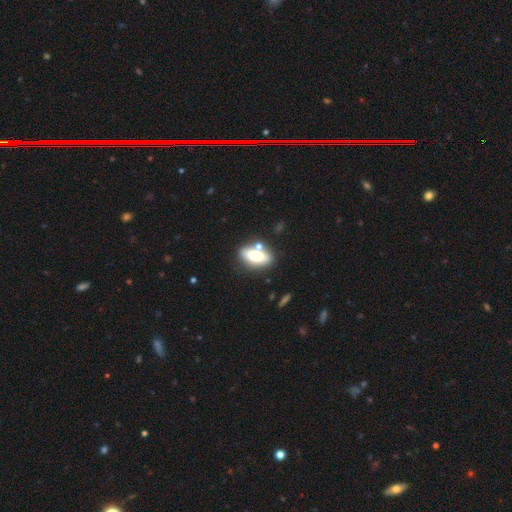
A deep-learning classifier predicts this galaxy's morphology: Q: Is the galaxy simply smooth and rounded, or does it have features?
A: smooth — 69%.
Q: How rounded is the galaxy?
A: in between — 80%.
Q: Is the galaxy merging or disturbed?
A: none — 66%.